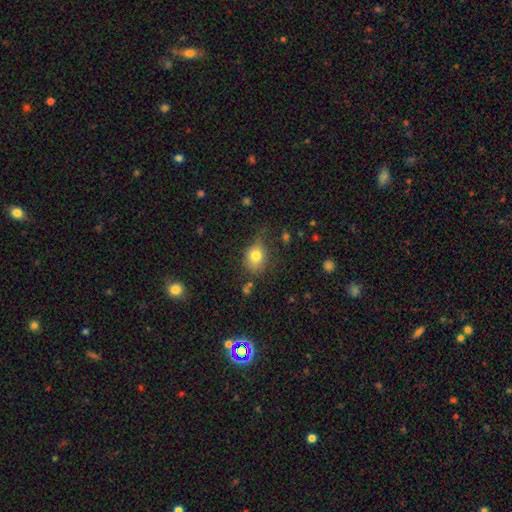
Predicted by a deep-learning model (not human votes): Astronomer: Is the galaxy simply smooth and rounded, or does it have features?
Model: smooth — 78%.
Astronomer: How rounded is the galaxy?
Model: round — 51% (runner-up: in between, 47%).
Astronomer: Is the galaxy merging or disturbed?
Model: none — 59%.